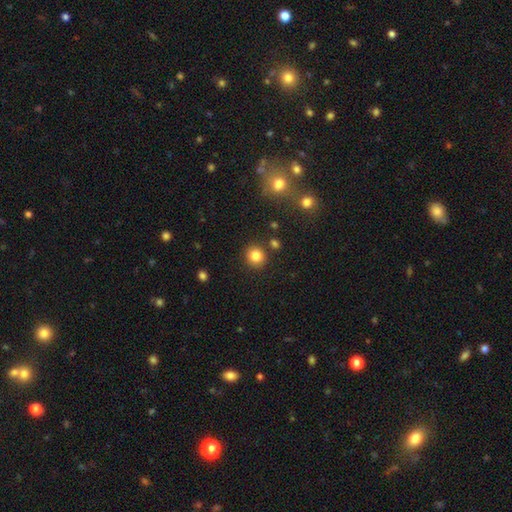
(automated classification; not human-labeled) Overall: smooth (84%). How rounded: round (90%). Merging: none (87%).